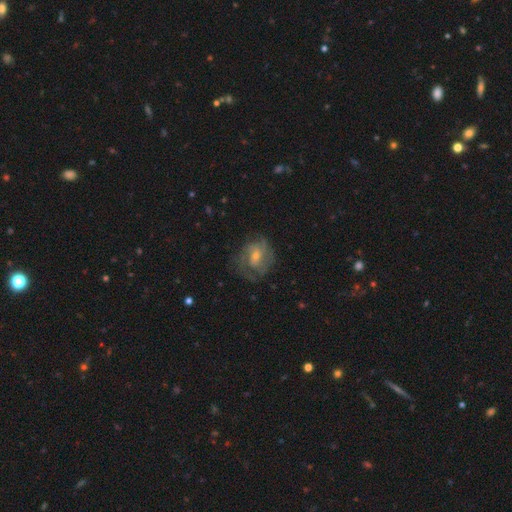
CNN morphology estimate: This appears to be a featured or disk galaxy (66%) with no bar (55%), 2 (37%) medium (43%) spiral arms (79%) and a small central bulge (61%). Merging: none (58%).